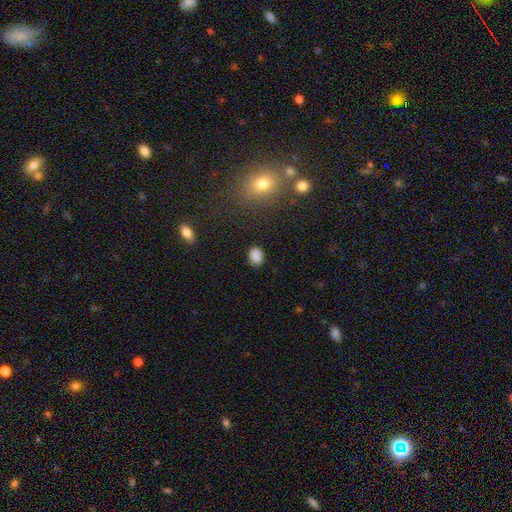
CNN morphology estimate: Smooth or featured: smooth — 85% (star or artifact — 11%)
How rounded: in between — 59% (round — 40%)
Merging: none — 82% (minor disturbance — 13%)